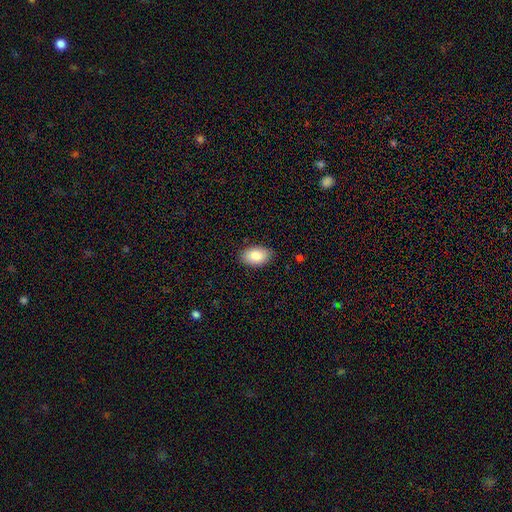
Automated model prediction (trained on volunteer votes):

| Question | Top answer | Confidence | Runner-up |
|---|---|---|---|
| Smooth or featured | smooth | 85% | featured or disk (8%) |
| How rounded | in between | 92% | round (7%) |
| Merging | none | 86% | minor disturbance (11%) |